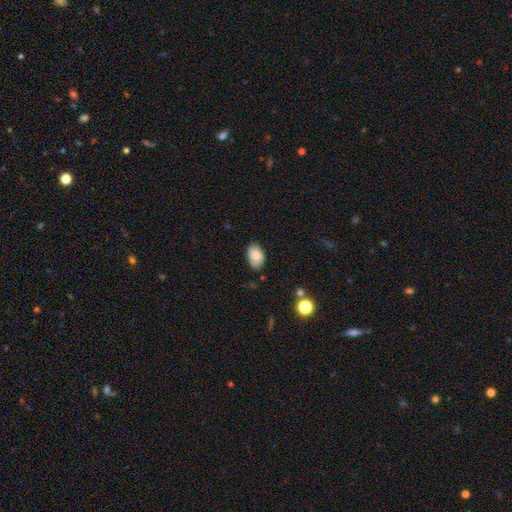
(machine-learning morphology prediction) Smooth or featured?
  - smooth: 78% *
  - featured or disk: 14%
  - star or artifact: 8%
How rounded?
  - in between: 88% *
  - round: 11%
  - cigar-shaped: 1%
Merging?
  - none: 80% *
  - minor disturbance: 16%
  - major disturbance: 3%
  - merger: 1%